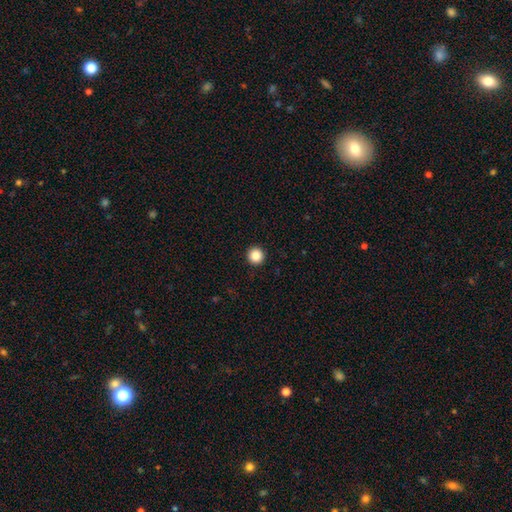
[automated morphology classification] This appears to be a smooth galaxy with no disk features (87%) that is round (96%). Merging: none (94%).